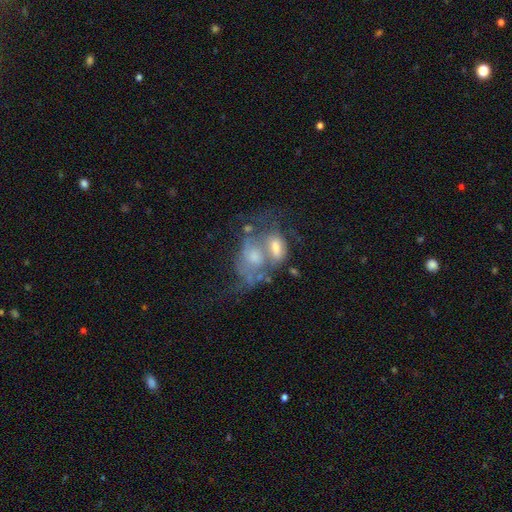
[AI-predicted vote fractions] A featured or disk galaxy (58%) with no bar (76%), no spiral arms (58%) and a moderate central bulge (49%).

Vote fractions:
- Smooth or featured? featured or disk: 58% / smooth: 28% / star or artifact: 13%
- Edge-on disk? no: 95% / yes: 5%
- Bar? no: 76% / weak: 18% / strong: 5%
- Spiral arms? no: 58% / yes: 42%
- Bulge size? moderate: 49% / small: 29% / none: 12% / large: 9% / dominant: 2%
- Merging? merger: 64% / none: 14% / major disturbance: 14% / minor disturbance: 8%